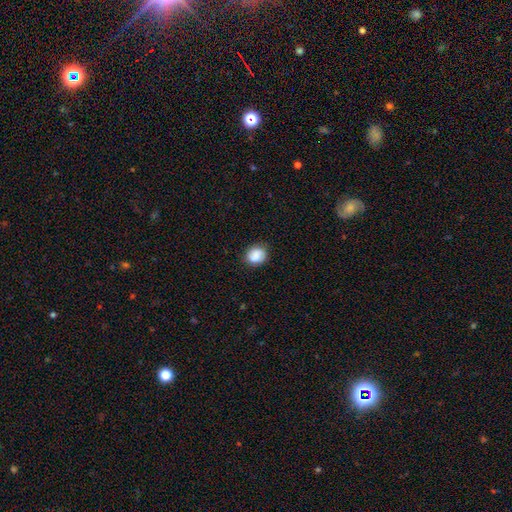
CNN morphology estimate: Smooth or featured: smooth — 84% (star or artifact — 9%)
How rounded: round — 69% (in between — 30%)
Merging: none — 81% (minor disturbance — 14%)